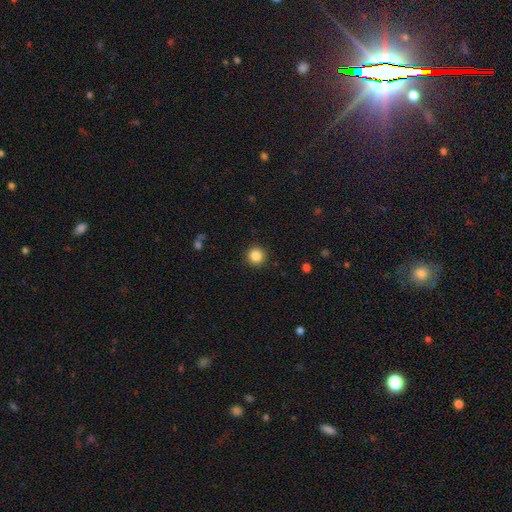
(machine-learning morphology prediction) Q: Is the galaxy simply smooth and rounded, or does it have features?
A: smooth — 86%.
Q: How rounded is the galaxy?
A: round — 95%.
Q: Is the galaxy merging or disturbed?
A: none — 92%.